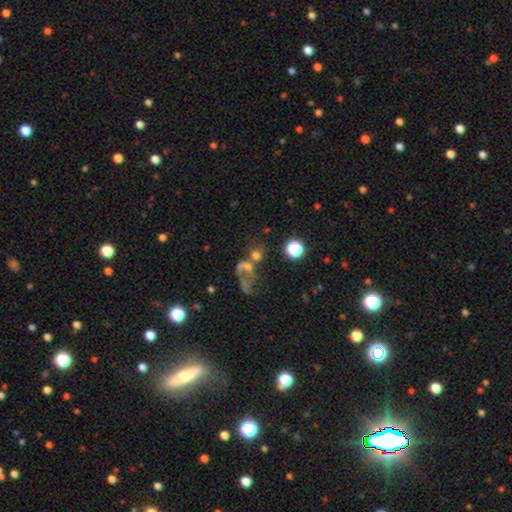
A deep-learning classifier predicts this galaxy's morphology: Smooth or featured? Predicted: smooth (p=0.49). Merging? Predicted: merger (p=0.47).